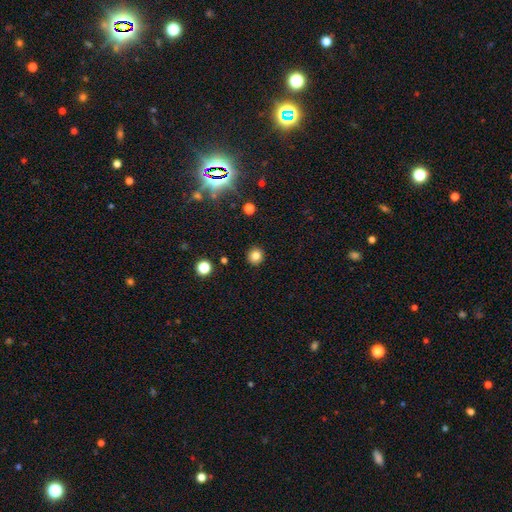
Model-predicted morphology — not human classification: Smooth or featured?
  - smooth: 81% *
  - star or artifact: 13%
  - featured or disk: 6%
How rounded?
  - round: 92% *
  - in between: 7%
  - cigar-shaped: 1%
Merging?
  - none: 91% *
  - minor disturbance: 6%
  - major disturbance: 2%
  - merger: 1%